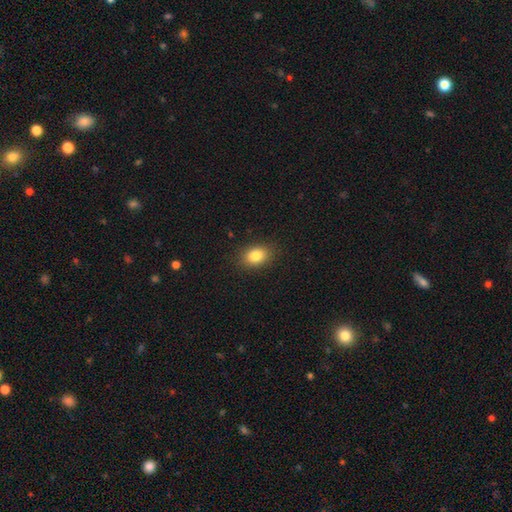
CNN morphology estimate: A smooth galaxy with no disk features (84%) that is in between round and cigar-shaped (72%).

Vote fractions:
- Smooth or featured? smooth: 84% / star or artifact: 9% / featured or disk: 7%
- How rounded? in between: 72% / round: 27% / cigar-shaped: 1%
- Merging? none: 87% / minor disturbance: 9% / major disturbance: 3% / merger: 1%